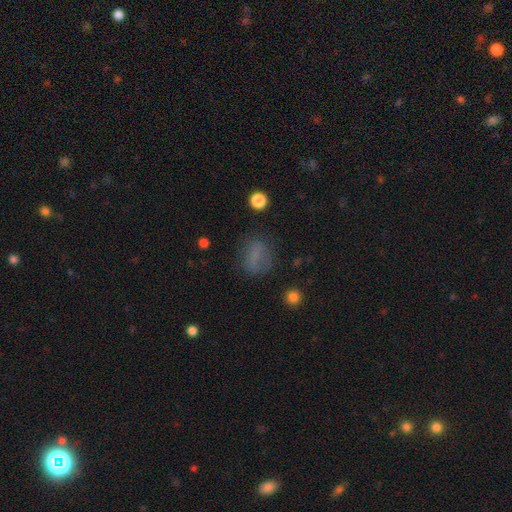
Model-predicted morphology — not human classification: Smooth or featured?
  - smooth: 67% *
  - star or artifact: 18%
  - featured or disk: 15%
How rounded?
  - in between: 55% *
  - round: 42%
  - cigar-shaped: 3%
Merging?
  - none: 68% *
  - minor disturbance: 19%
  - major disturbance: 11%
  - merger: 2%